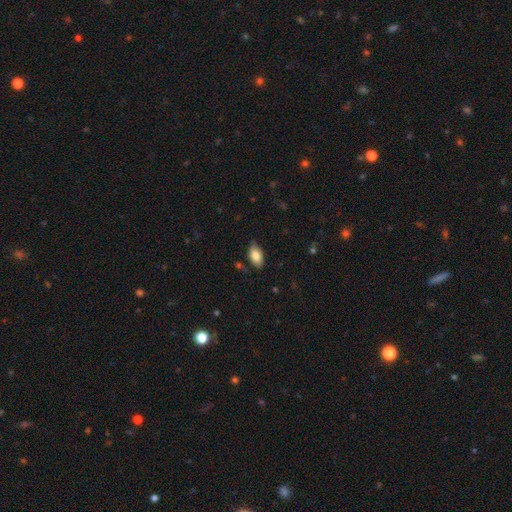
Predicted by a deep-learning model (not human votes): smooth_or_featured: smooth (p=0.81) [alt: featured or disk p=0.12]
how_rounded: in between (p=0.94) [alt: round p=0.04]
merging: none (p=0.78) [alt: minor disturbance p=0.17]